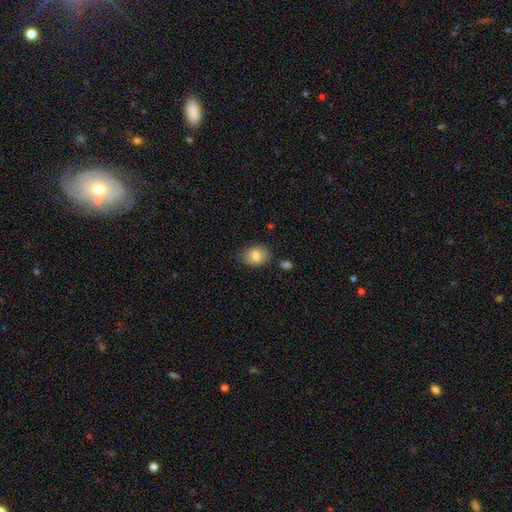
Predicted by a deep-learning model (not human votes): Smooth or featured? smooth (83%)
How rounded? in between (74%)
Merging? none (78%)